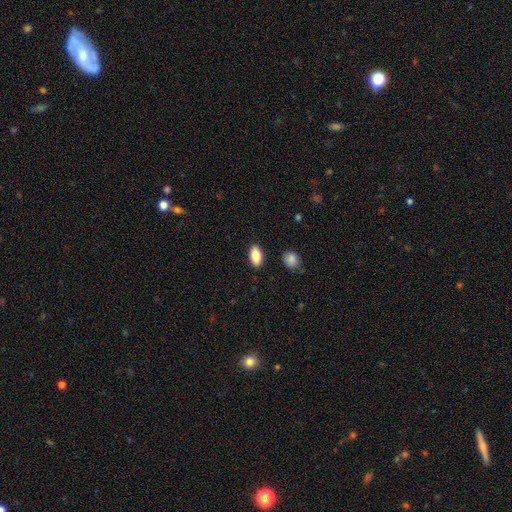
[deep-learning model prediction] A smooth galaxy with no disk features (83%) that is in between round and cigar-shaped (89%). Merging: none (88%).